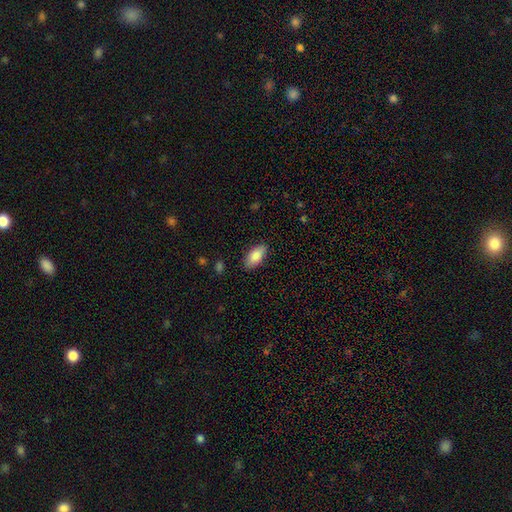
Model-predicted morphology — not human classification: This appears to be a smooth galaxy with no disk features (85%) that is in between round and cigar-shaped (91%). Merging: none (85%).